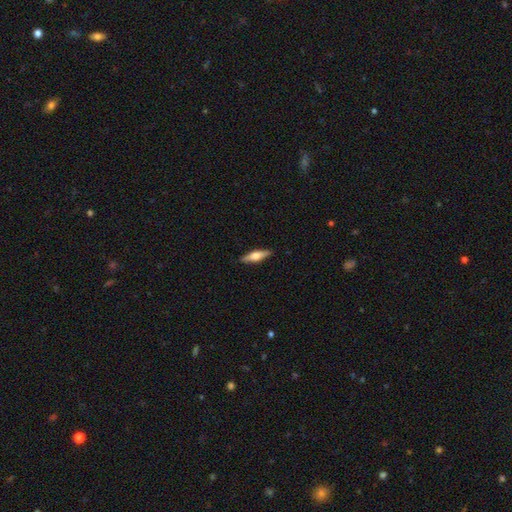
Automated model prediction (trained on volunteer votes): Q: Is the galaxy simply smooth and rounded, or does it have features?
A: featured or disk — 54%.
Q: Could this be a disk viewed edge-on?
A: yes — 95%.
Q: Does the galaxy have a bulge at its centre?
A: rounded — 91%.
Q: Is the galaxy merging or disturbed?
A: none — 90%.